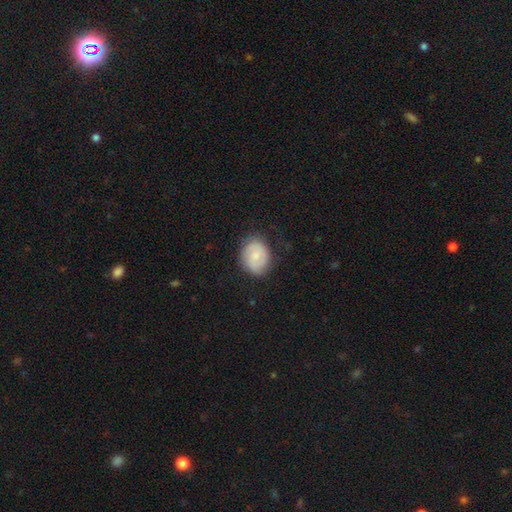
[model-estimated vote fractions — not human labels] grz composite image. It shows a smooth galaxy with no disk features (52%) that is round (52%). Merging: none (75%).